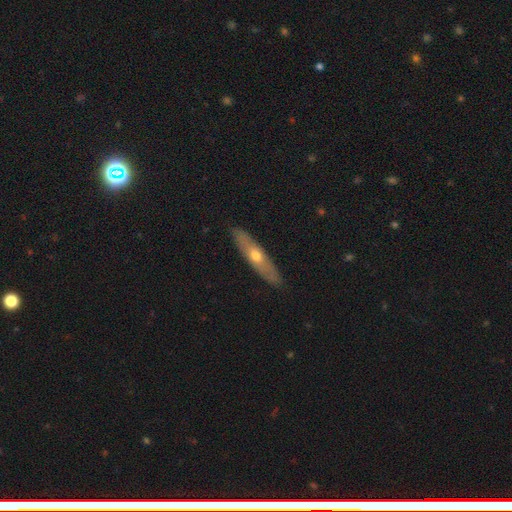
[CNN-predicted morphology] smooth_or_featured: featured or disk (p=0.57) [alt: smooth p=0.36]
disk_edge_on: yes (p=0.74) [alt: no p=0.26]
merging: none (p=0.88) [alt: minor disturbance p=0.09]